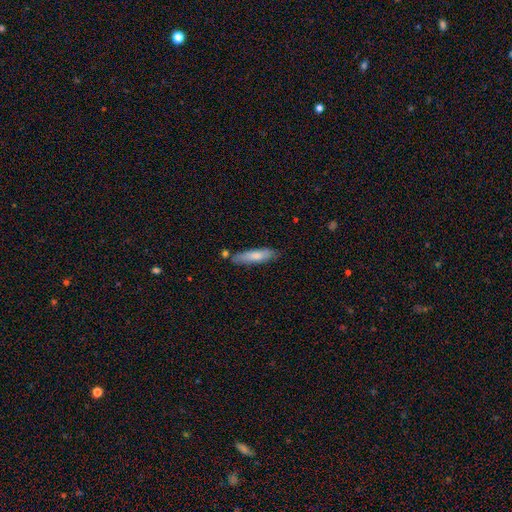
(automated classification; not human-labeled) Morphology: type=smooth (75%); roundness=cigar-shaped (73%); merging=none (73%).